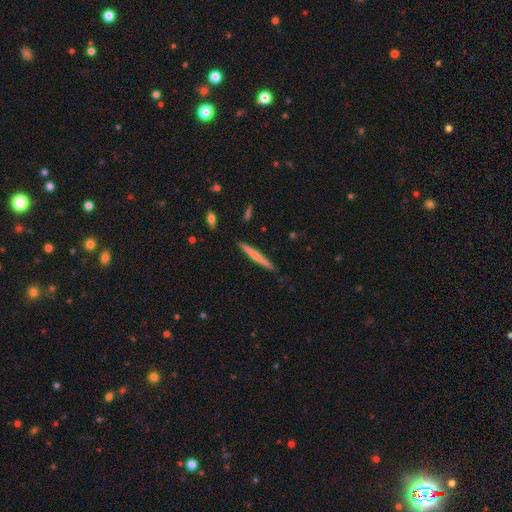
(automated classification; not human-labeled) Overall: smooth (54%; featured or disk 40%). How rounded: cigar-shaped (96%). Merging: none (90%).